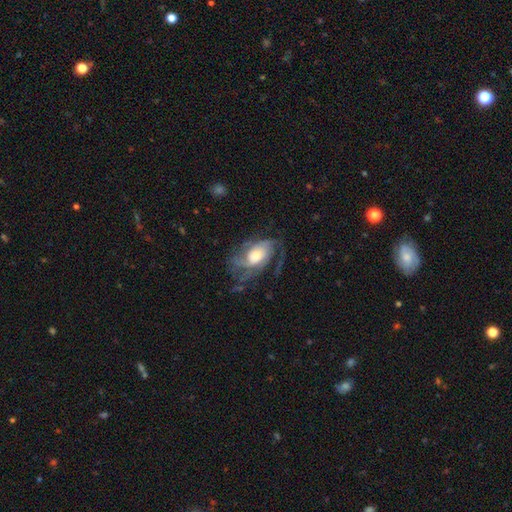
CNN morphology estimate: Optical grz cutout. It shows a featured or disk galaxy (81%) with no bar (69%), 2 (30%) medium (44%) spiral arms (93%) and a moderate central bulge (46%). Merging: none (56%).